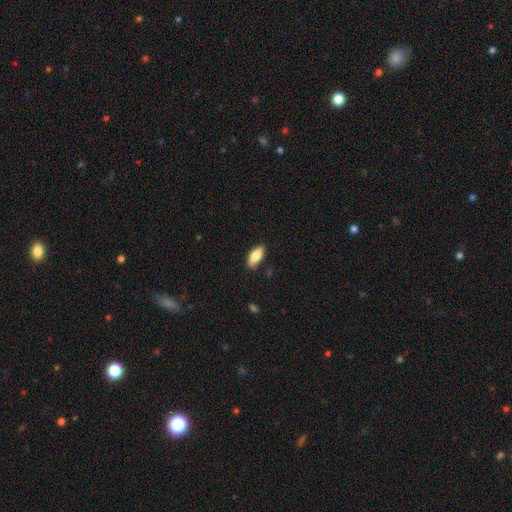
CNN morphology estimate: Q: Smooth or featured?
A: smooth (81%); runner-up: featured or disk (12%)
Q: How rounded?
A: in between (84%); runner-up: cigar-shaped (14%)
Q: Merging?
A: none (81%); runner-up: minor disturbance (15%)